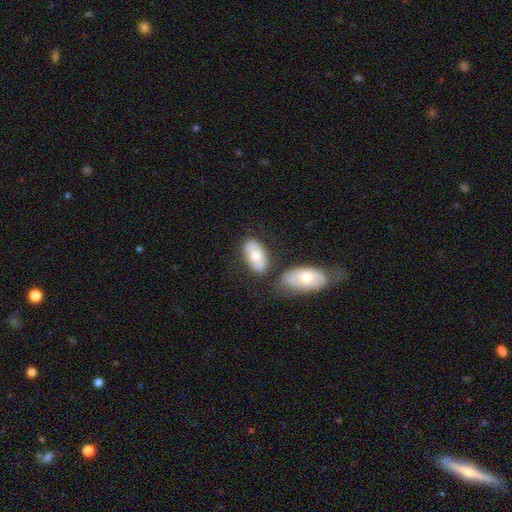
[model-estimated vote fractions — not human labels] A smooth galaxy with no disk features (66%) that is in between round and cigar-shaped (92%). Merging: none (60%).